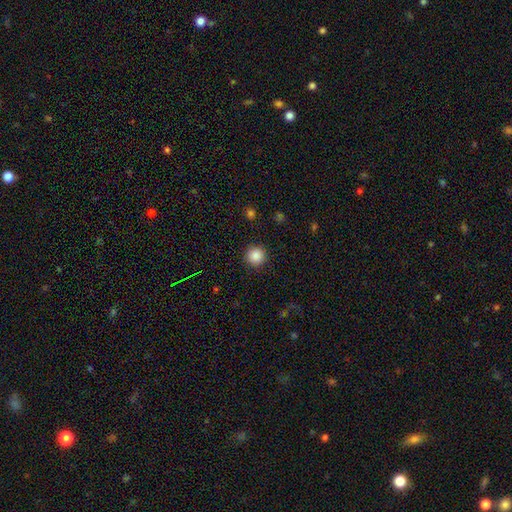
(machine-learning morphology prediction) Q: Smooth or featured?
A: smooth (87%); runner-up: star or artifact (10%)
Q: How rounded?
A: round (96%); runner-up: in between (3%)
Q: Merging?
A: none (92%); runner-up: minor disturbance (5%)